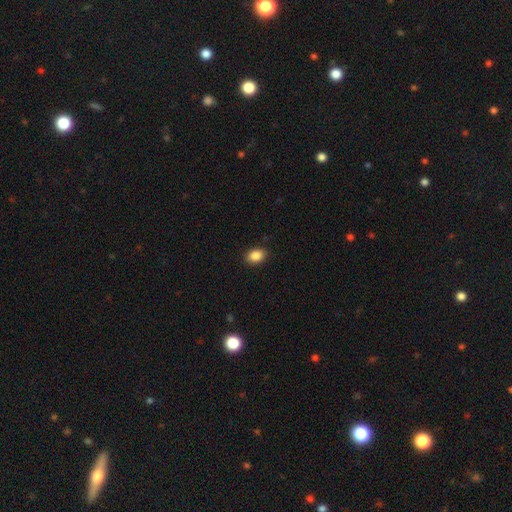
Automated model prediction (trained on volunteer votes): A smooth galaxy with no disk features (88%) that is in between round and cigar-shaped (75%). Merging: none (88%).